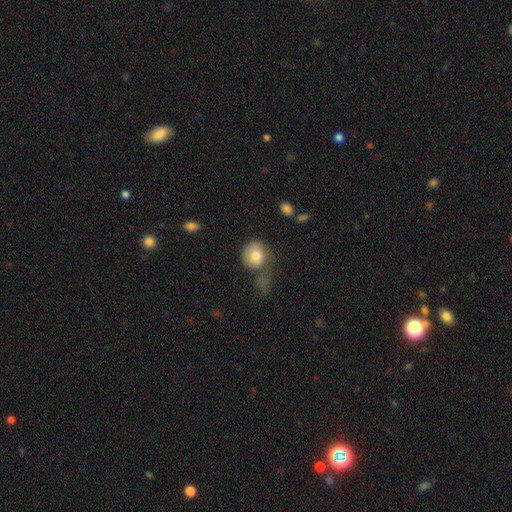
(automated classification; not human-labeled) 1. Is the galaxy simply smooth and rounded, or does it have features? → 79% smooth, 14% featured or disk, 7% star or artifact.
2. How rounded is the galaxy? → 68% round, 30% in between, 1% cigar-shaped.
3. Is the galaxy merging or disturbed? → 36% none, 26% major disturbance, 22% minor disturbance, 16% merger.